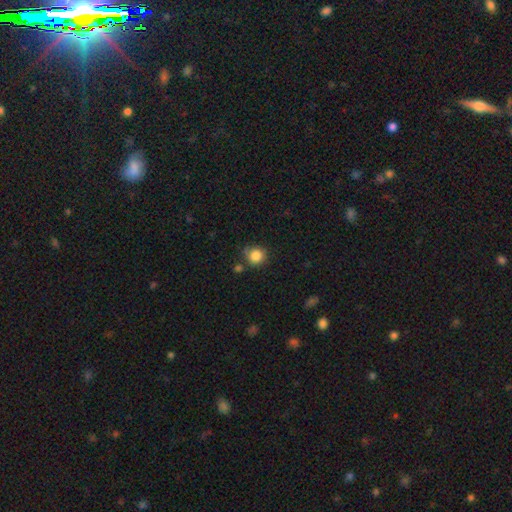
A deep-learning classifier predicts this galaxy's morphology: This is clearly a smooth galaxy (85%). How rounded: clearly round (87%). Merging: likely none (69%).